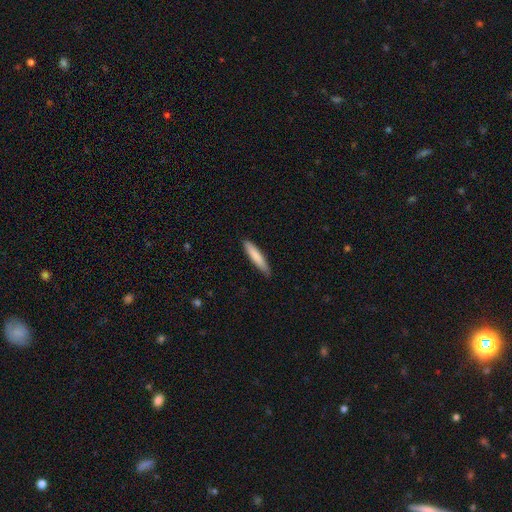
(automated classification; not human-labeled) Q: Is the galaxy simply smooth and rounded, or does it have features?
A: smooth — 81%.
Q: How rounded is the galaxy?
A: cigar-shaped — 89%.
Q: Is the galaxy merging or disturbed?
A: none — 87%.